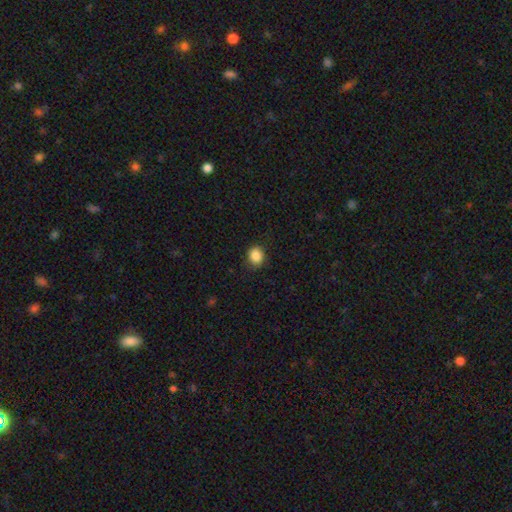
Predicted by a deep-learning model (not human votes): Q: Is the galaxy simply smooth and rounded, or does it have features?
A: smooth — 87%.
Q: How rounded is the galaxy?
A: round — 69%.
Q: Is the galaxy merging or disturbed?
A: none — 83%.